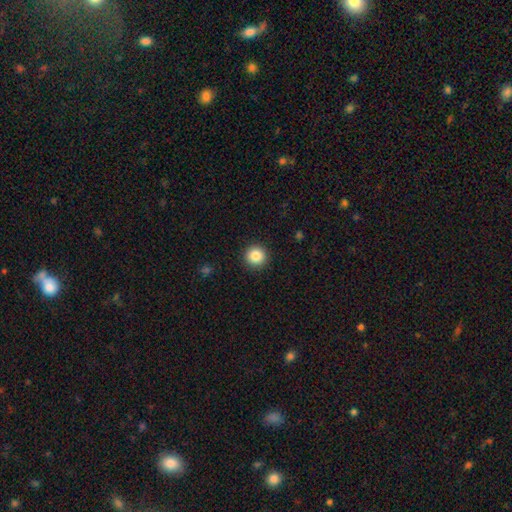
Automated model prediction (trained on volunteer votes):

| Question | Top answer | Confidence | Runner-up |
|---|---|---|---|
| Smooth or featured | smooth | 86% | star or artifact (10%) |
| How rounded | round | 95% | in between (4%) |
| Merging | none | 92% | minor disturbance (5%) |